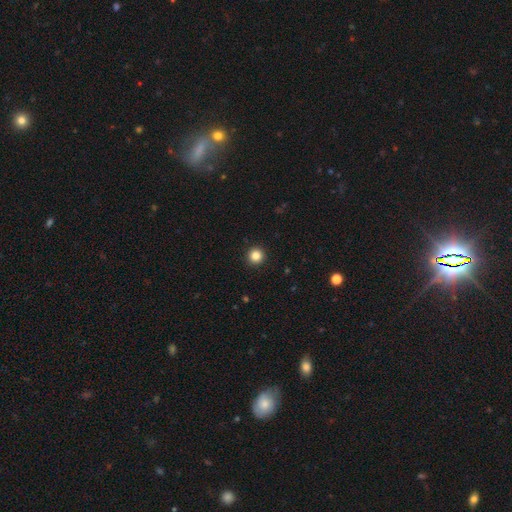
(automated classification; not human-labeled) The model was most divided on "smooth or featured": smooth: 85%, star or artifact: 11%, featured or disk: 4%. More confident: how rounded — round (96%); merging — none (93%).